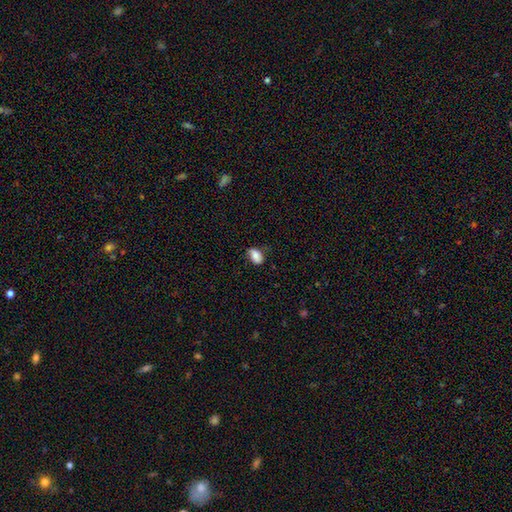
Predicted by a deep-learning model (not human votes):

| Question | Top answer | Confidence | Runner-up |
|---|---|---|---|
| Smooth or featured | smooth | 82% | featured or disk (10%) |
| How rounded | in between | 87% | round (11%) |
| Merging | none | 69% | minor disturbance (24%) |